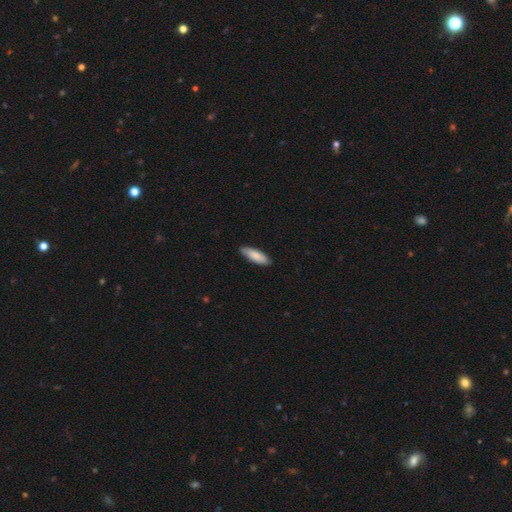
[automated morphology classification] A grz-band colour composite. It shows a smooth galaxy with no disk features (84%) that is in between round and cigar-shaped (52%). Merging: none (87%).